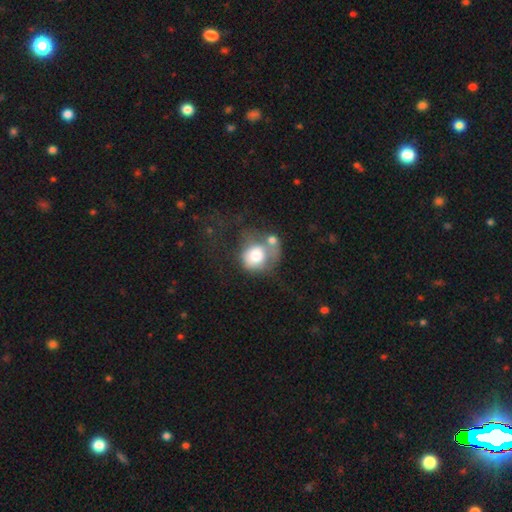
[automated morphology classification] Overall: smooth (66%). How rounded: round (68%; in between 31%). Merging: merger (36%; major disturbance 25%).